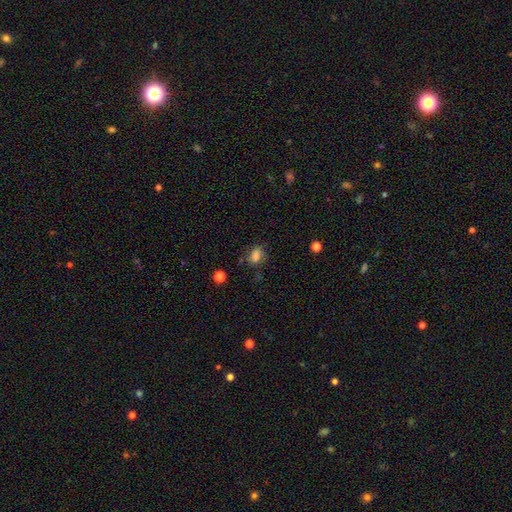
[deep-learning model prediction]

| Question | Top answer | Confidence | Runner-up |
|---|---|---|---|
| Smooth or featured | smooth | 73% | featured or disk (14%) |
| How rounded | in between | 70% | round (26%) |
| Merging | none | 63% | minor disturbance (23%) |